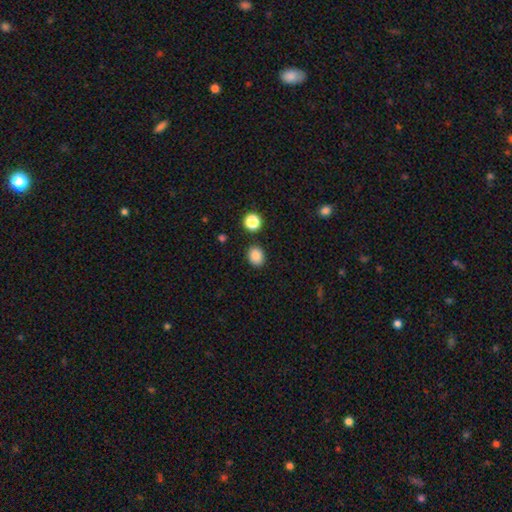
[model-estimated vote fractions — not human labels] Smooth or featured?
  - smooth: 85% *
  - star or artifact: 11%
  - featured or disk: 4%
How rounded?
  - round: 52% *
  - in between: 47%
  - cigar-shaped: 1%
Merging?
  - none: 87% *
  - minor disturbance: 8%
  - merger: 3%
  - major disturbance: 2%